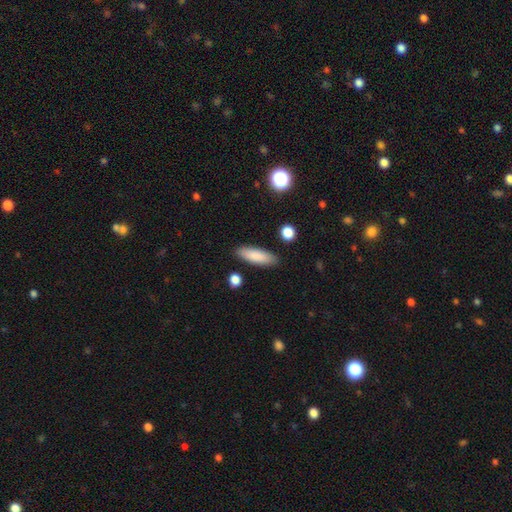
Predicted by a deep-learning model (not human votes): Smooth or featured?
  - smooth: 85% *
  - featured or disk: 8%
  - star or artifact: 6%
How rounded?
  - cigar-shaped: 50% *
  - in between: 48%
  - round: 2%
Merging?
  - none: 87% *
  - minor disturbance: 9%
  - major disturbance: 2%
  - merger: 2%